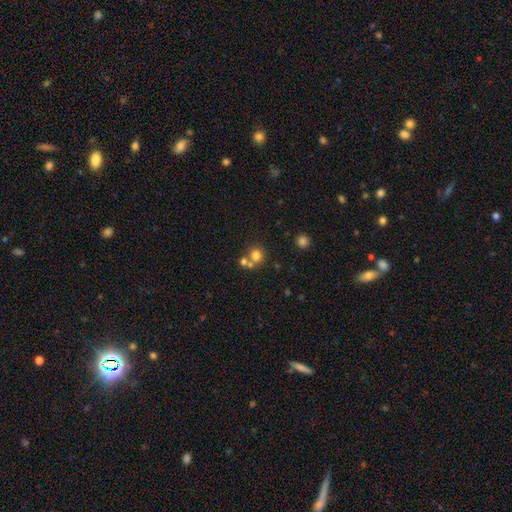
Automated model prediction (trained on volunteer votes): Smooth or featured? Predicted: smooth (p=0.74). How rounded? Predicted: round (p=0.88). Merging? Predicted: none (p=0.56).